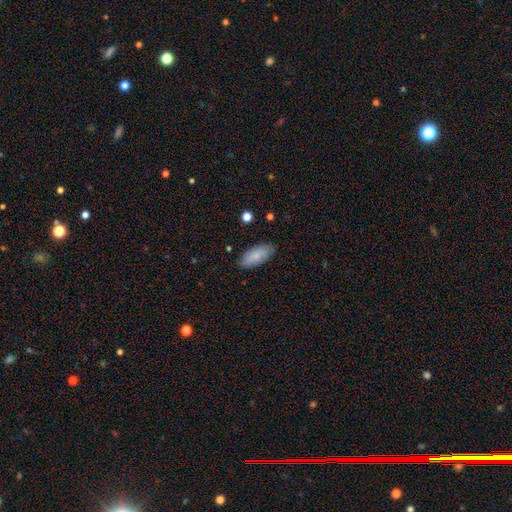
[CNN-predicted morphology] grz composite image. It shows a smooth galaxy with no disk features (82%) that is in between round and cigar-shaped (90%). Merging: none (84%).